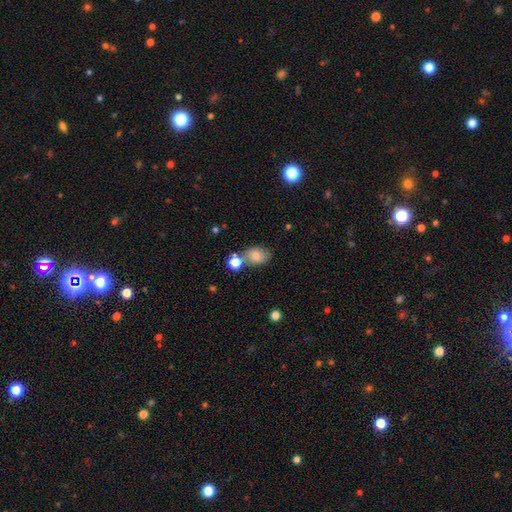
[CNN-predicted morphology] Smooth or featured? smooth (77%)
How rounded? in between (67%)
Merging? none (58%)